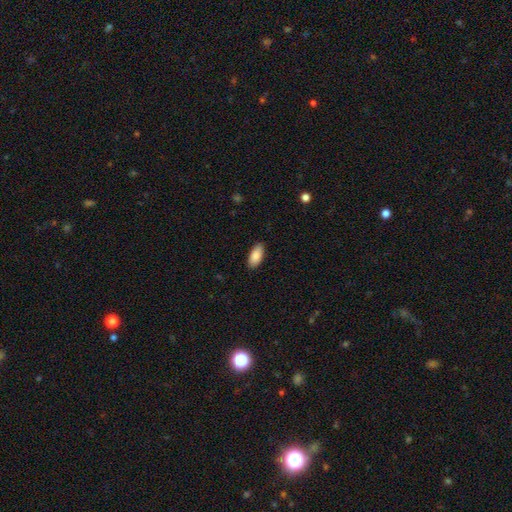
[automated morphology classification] smooth 88%, star or artifact 6%, featured or disk 5%. Down the decision tree: how rounded — in between (91%); merging — none (88%).